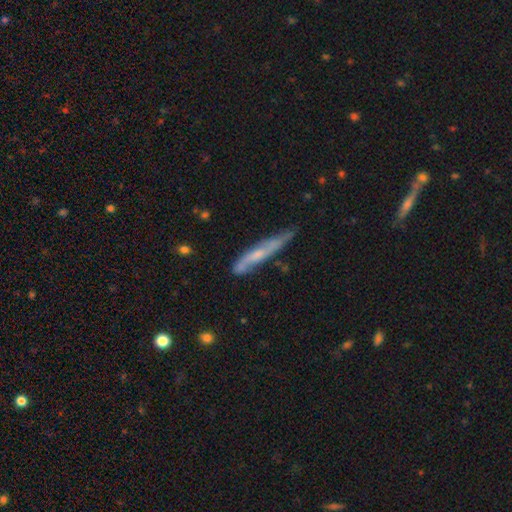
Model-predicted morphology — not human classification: Smooth or featured? Predicted: featured or disk (p=0.54). Edge-on disk? Predicted: yes (p=0.65). Merging? Predicted: none (p=0.58).